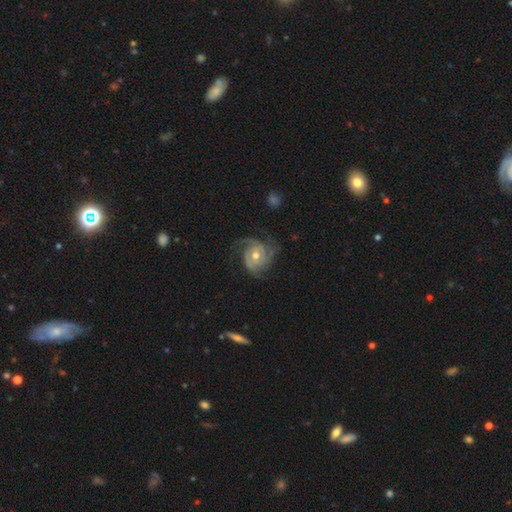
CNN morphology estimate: Smooth or featured? featured or disk (85%)
Edge-on disk? no (98%)
Bar? no (69%)
Spiral arms? yes (96%)
Spiral winding? tight (50%)
Spiral arm count? 3 (42%)
Bulge size? moderate (70%)
Merging? none (62%)